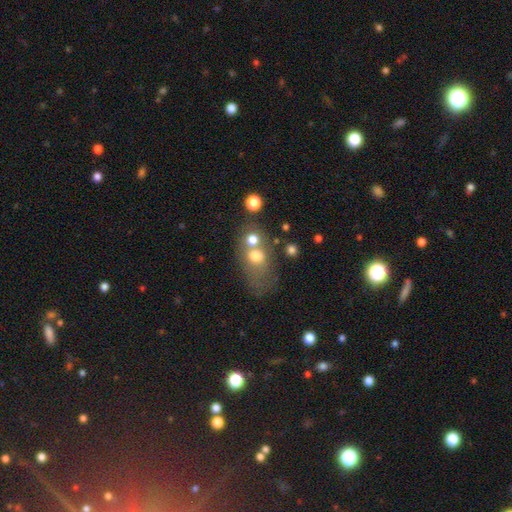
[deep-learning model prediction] Smooth or featured? smooth (66%)
How rounded? in between (59%)
Merging? merger (42%)